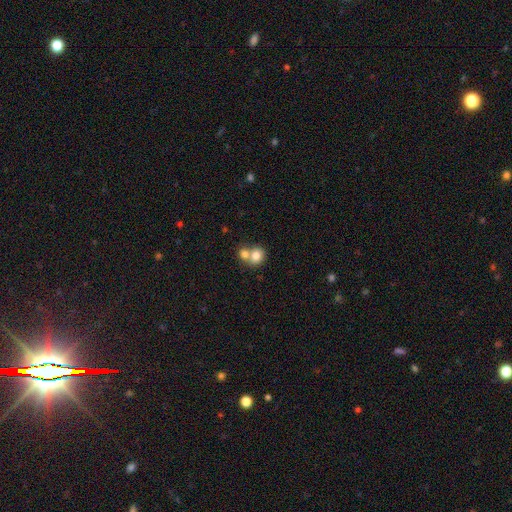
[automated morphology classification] smooth-or-featured: smooth: 79% | featured or disk: 12% | star or artifact: 9%
  how-rounded: round: 75% | in between: 24% | cigar-shaped: 1%
  merging: merger: 58% | none: 34% | minor disturbance: 6% | major disturbance: 3%